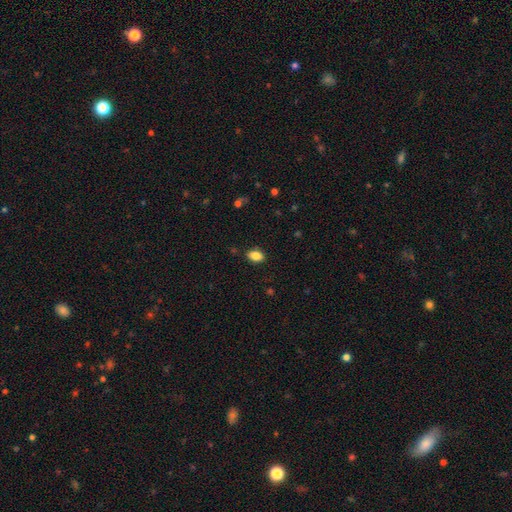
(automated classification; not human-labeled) smooth 86%, star or artifact 9%, featured or disk 6%. Down the decision tree: how rounded — in between (84%); merging — none (86%).